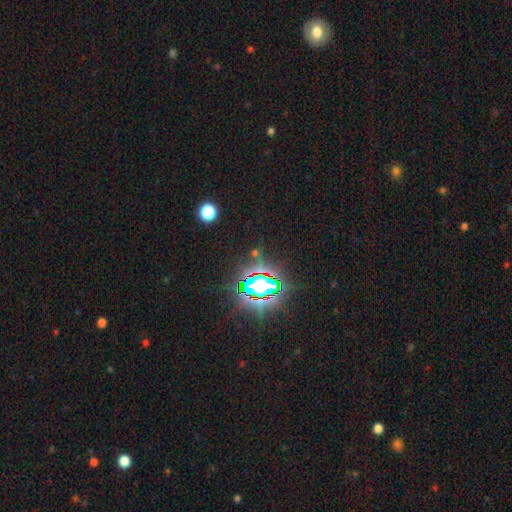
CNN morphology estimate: star or artifact 77%, smooth 14%, featured or disk 8%.